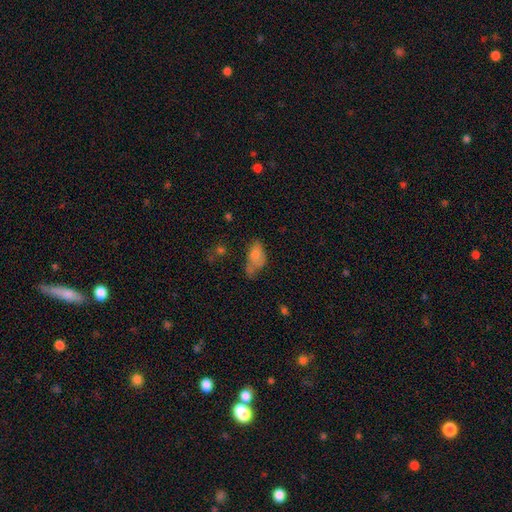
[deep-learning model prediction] A smooth galaxy with no disk features (74%) that is in between round and cigar-shaped (89%).

Vote fractions:
- Smooth or featured? smooth: 74% / featured or disk: 15% / star or artifact: 10%
- How rounded? in between: 89% / round: 7% / cigar-shaped: 5%
- Merging? none: 31% / minor disturbance: 29% / merger: 21% / major disturbance: 19%